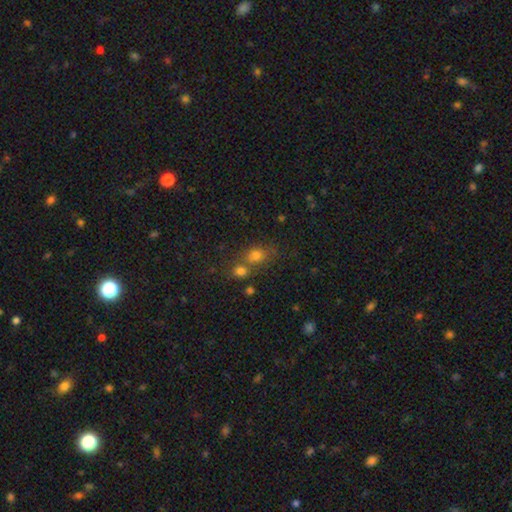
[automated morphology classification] smooth 69%, star or artifact 21%, featured or disk 10%. Down the decision tree: how rounded — round (58%); merging — none (46%).